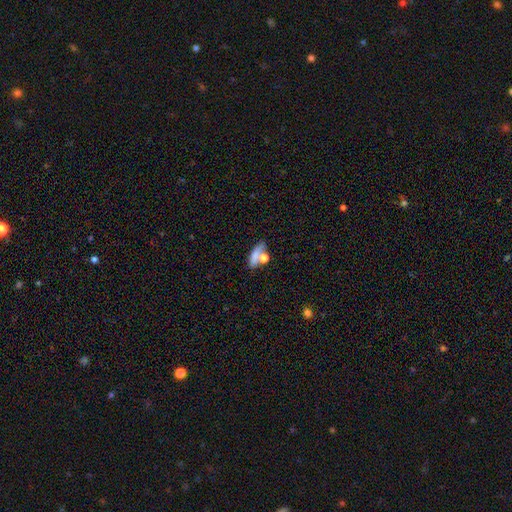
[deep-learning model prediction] Q: Smooth or featured?
A: smooth (72%); runner-up: featured or disk (16%)
Q: How rounded?
A: in between (61%); runner-up: cigar-shaped (27%)
Q: Merging?
A: none (53%); runner-up: merger (24%)